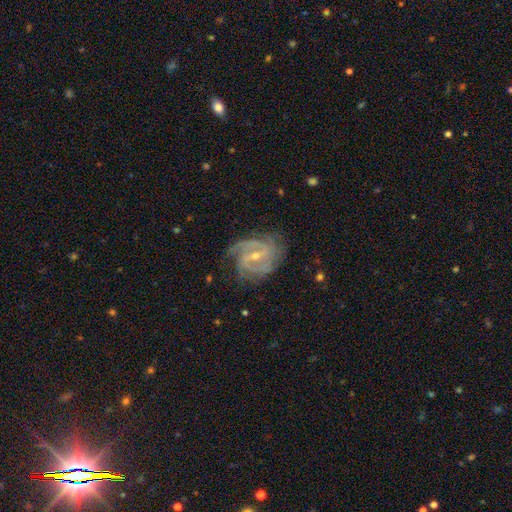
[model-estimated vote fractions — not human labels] This appears to be a featured or disk galaxy (90%) with a weak bar (48%), 2 (44%) tight (46%) spiral arms (97%) and a small central bulge (60%). Merging: none (70%).